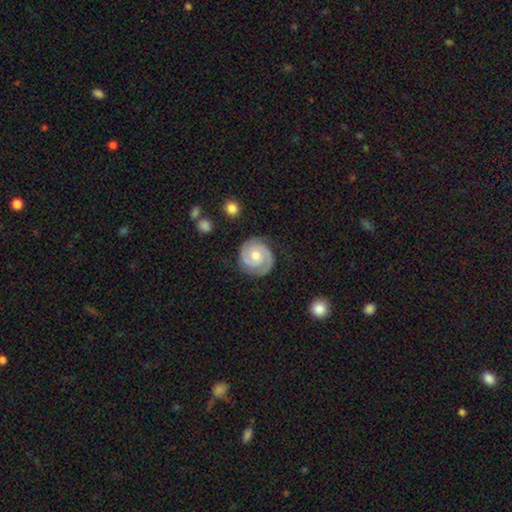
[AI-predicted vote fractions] A featured or disk galaxy (87%) with no bar (65%), 2 (90%) tight (67%) spiral arms (98%) and a moderate central bulge (65%). Merging: none (84%).